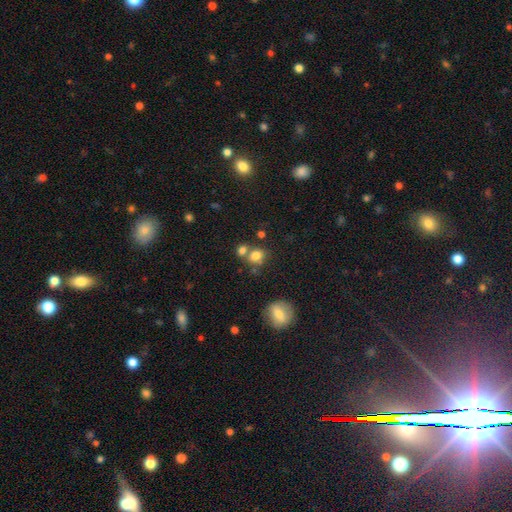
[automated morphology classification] Smooth or featured: smooth — 79% (star or artifact — 12%)
How rounded: round — 66% (in between — 32%)
Merging: none — 49% (merger — 37%)